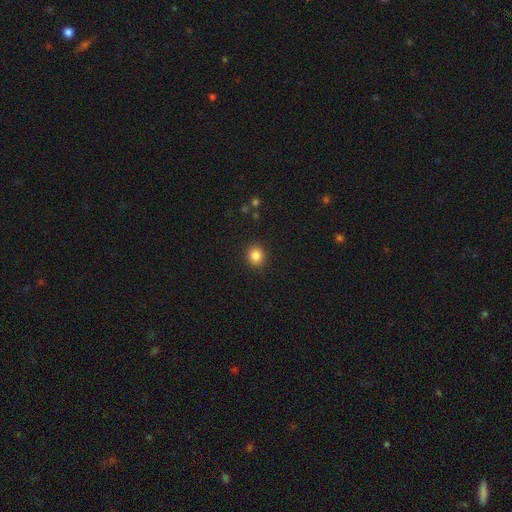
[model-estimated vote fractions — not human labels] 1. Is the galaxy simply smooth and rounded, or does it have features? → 85% smooth, 10% star or artifact, 5% featured or disk.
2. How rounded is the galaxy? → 81% round, 18% in between, 1% cigar-shaped.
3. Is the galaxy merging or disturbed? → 91% none, 6% minor disturbance, 2% major disturbance, 1% merger.